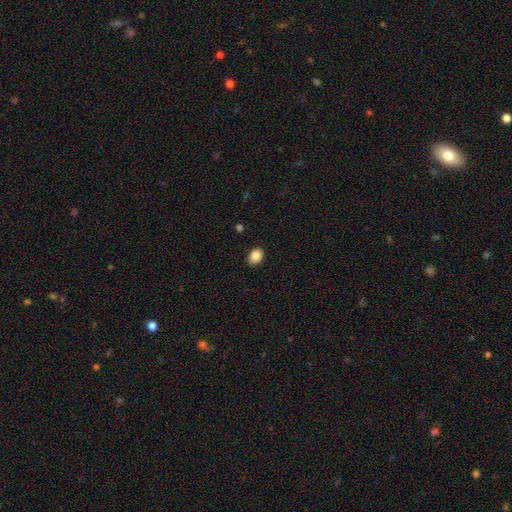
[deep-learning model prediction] smooth-or-featured: smooth: 87% | star or artifact: 9% | featured or disk: 4%
  how-rounded: in between: 61% | round: 38% | cigar-shaped: 1%
  merging: none: 86% | minor disturbance: 11% | major disturbance: 2% | merger: 1%